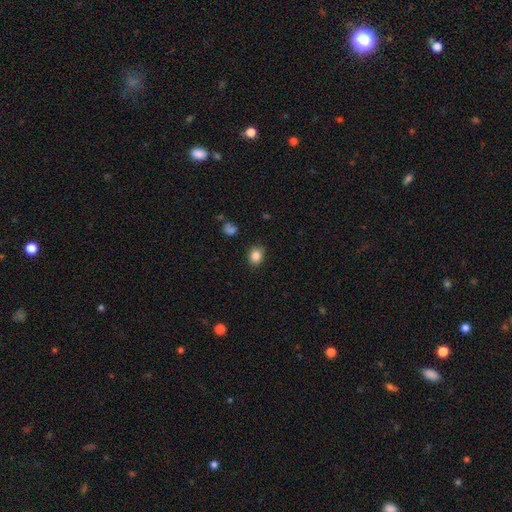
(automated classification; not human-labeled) This is clearly a smooth galaxy (84%). How rounded: possibly round (57%). Merging: clearly none (86%).